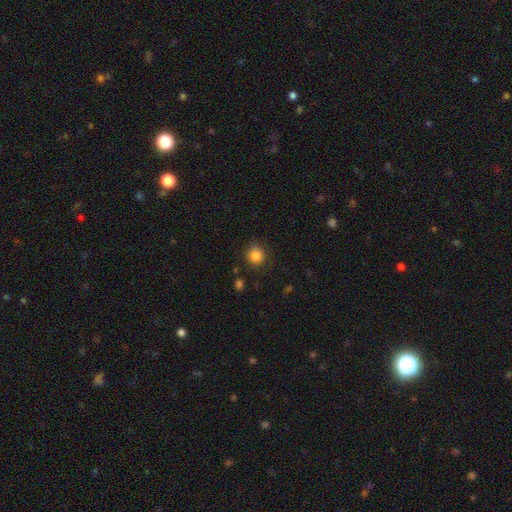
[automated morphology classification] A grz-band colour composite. It shows a smooth galaxy with no disk features (84%) that is round (88%). Merging: none (81%).